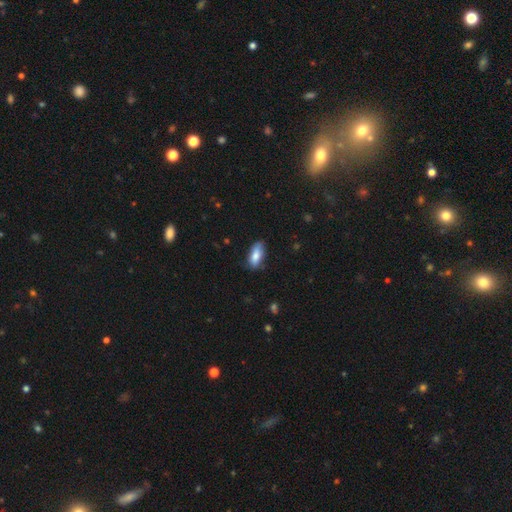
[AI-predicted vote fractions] Smooth or featured: smooth — 81% (featured or disk — 13%)
How rounded: in between — 83% (cigar-shaped — 14%)
Merging: none — 68% (minor disturbance — 25%)